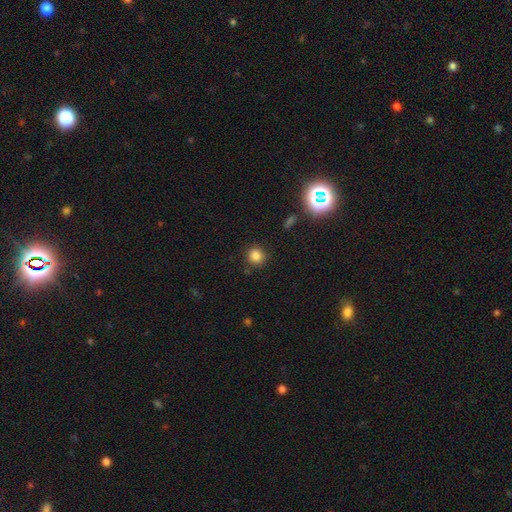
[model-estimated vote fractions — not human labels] Smooth or featured?
  - smooth: 82% *
  - star or artifact: 13%
  - featured or disk: 5%
How rounded?
  - round: 89% *
  - in between: 10%
  - cigar-shaped: 1%
Merging?
  - none: 88% *
  - minor disturbance: 8%
  - major disturbance: 3%
  - merger: 2%